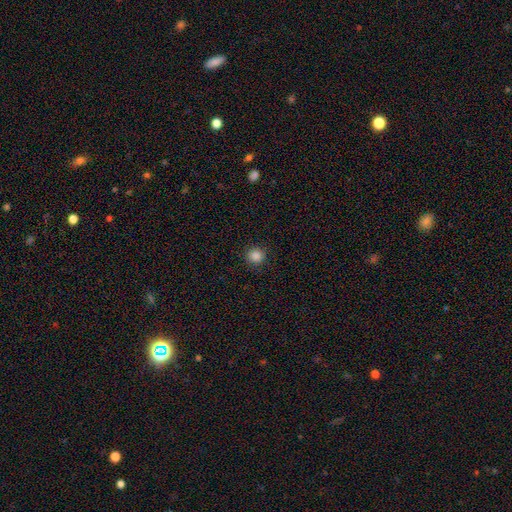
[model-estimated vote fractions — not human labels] A smooth galaxy with no disk features (85%) that is round (93%). Merging: none (91%).